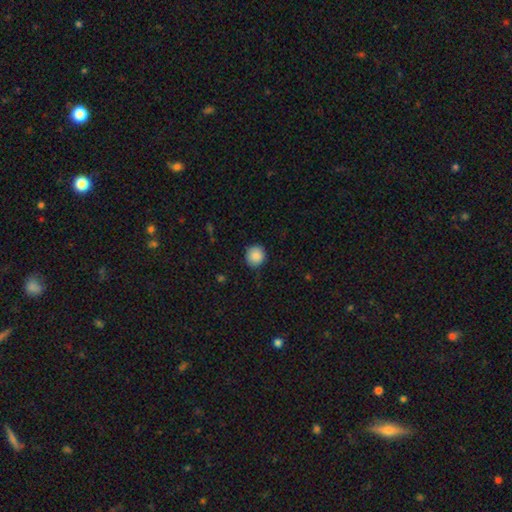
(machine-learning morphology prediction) Smooth or featured? smooth (89%)
How rounded? round (91%)
Merging? none (85%)